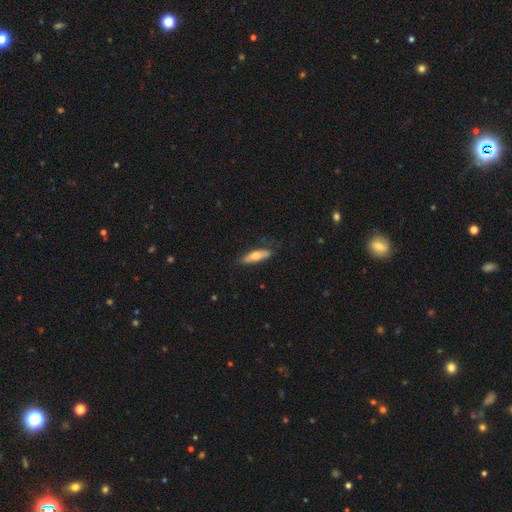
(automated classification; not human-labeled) Smooth or featured? Predicted: smooth (p=0.65). How rounded? Predicted: cigar-shaped (p=0.57). Merging? Predicted: none (p=0.75).